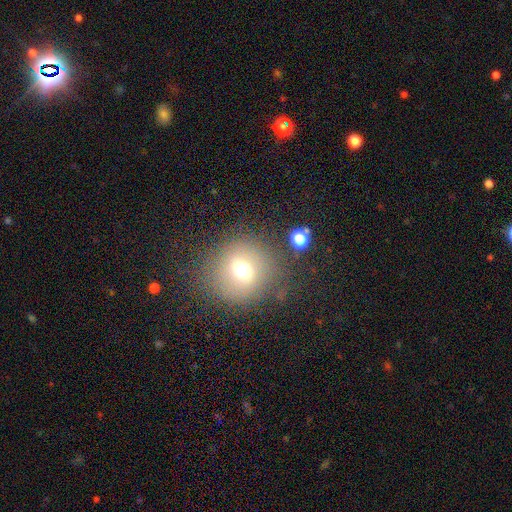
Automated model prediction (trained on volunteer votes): Smooth or featured?
  - smooth: 64% *
  - featured or disk: 20%
  - star or artifact: 16%
How rounded?
  - round: 82% *
  - in between: 17%
  - cigar-shaped: 1%
Merging?
  - none: 77% *
  - minor disturbance: 13%
  - major disturbance: 6%
  - merger: 4%